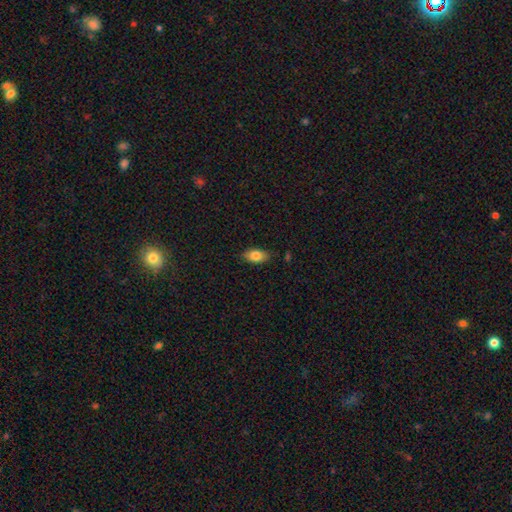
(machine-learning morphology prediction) Q: Smooth or featured?
A: smooth (82%); runner-up: featured or disk (10%)
Q: How rounded?
A: in between (91%); runner-up: round (5%)
Q: Merging?
A: none (83%); runner-up: minor disturbance (13%)